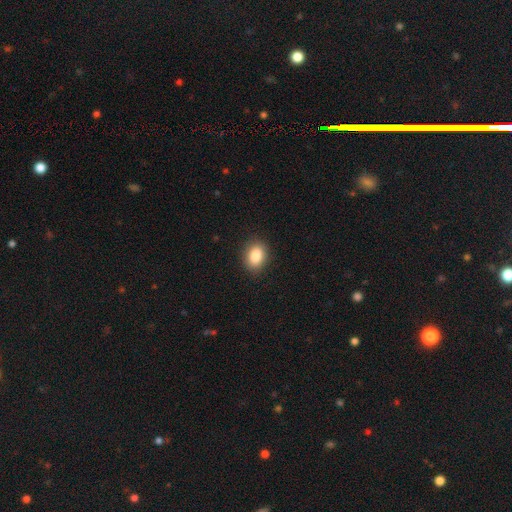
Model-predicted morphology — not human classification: Overall: smooth (87%). How rounded: in between (70%). Merging: none (88%).